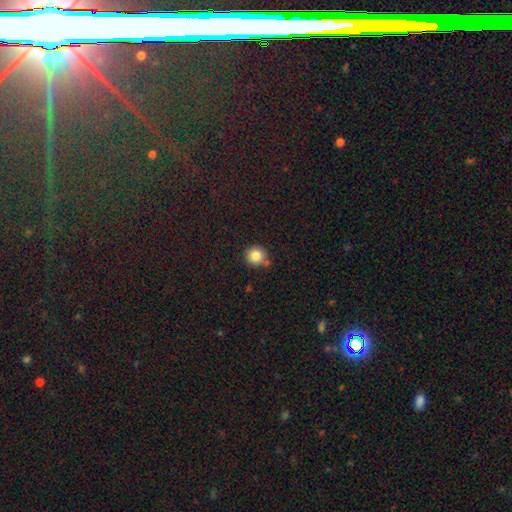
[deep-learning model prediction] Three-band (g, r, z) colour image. It shows a smooth galaxy with no disk features (84%) that is round (93%). Merging: none (76%).